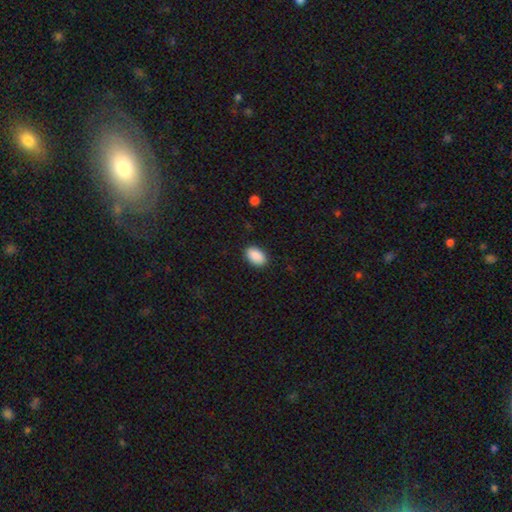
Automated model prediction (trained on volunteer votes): smooth 91%, star or artifact 7%, featured or disk 3%. Down the decision tree: how rounded — in between (92%); merging — none (89%).